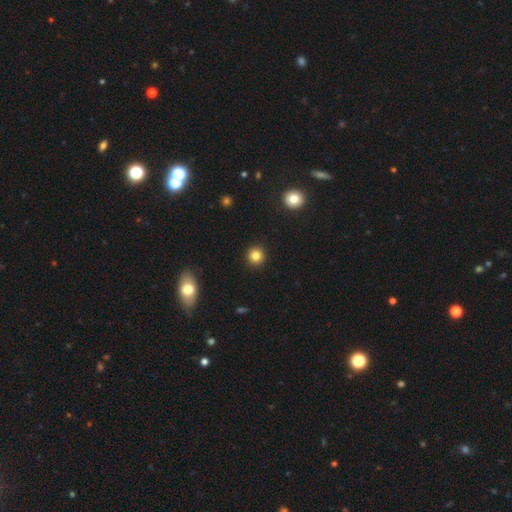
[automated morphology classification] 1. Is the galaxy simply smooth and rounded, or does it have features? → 83% smooth, 12% star or artifact, 5% featured or disk.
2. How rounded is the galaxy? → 94% round, 5% in between, 1% cigar-shaped.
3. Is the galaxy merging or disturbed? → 93% none, 4% minor disturbance, 2% major disturbance, 1% merger.